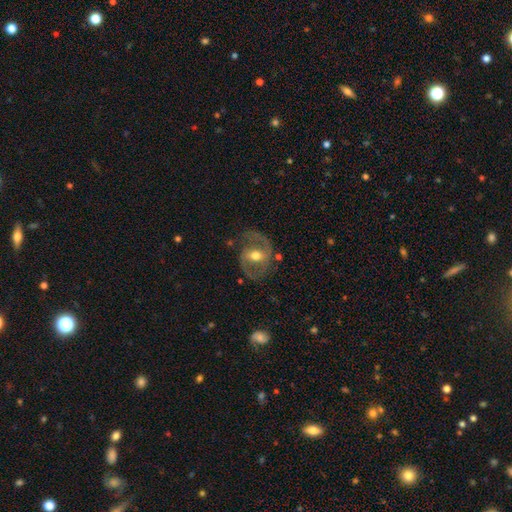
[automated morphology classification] Smooth or featured? featured or disk (83%)
Edge-on disk? no (97%)
Bar? weak (44%)
Spiral arms? yes (88%)
Spiral winding? medium (54%)
Spiral arm count? 2 (87%)
Bulge size? moderate (74%)
Merging? none (71%)